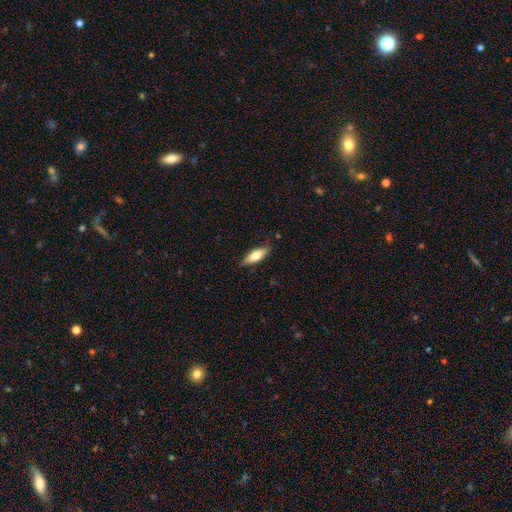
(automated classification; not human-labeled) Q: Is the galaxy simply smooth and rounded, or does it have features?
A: smooth — 66%.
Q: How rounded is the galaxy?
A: in between — 60%.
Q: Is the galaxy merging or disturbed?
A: none — 85%.